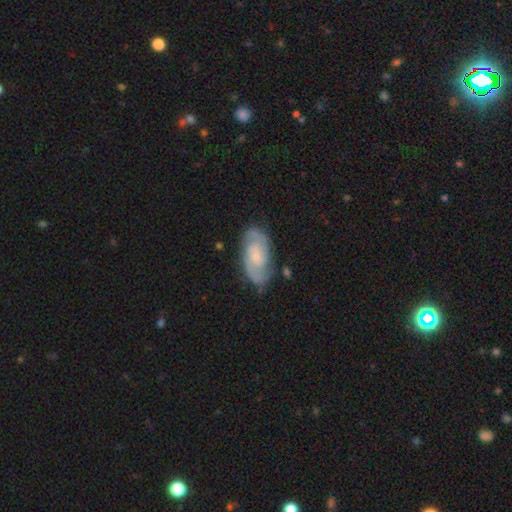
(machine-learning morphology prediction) This appears to be a featured or disk galaxy (76%) with no bar (52%), 2 (75%) tight (45%) spiral arms (94%) and a small central bulge (53%). Merging: none (77%).